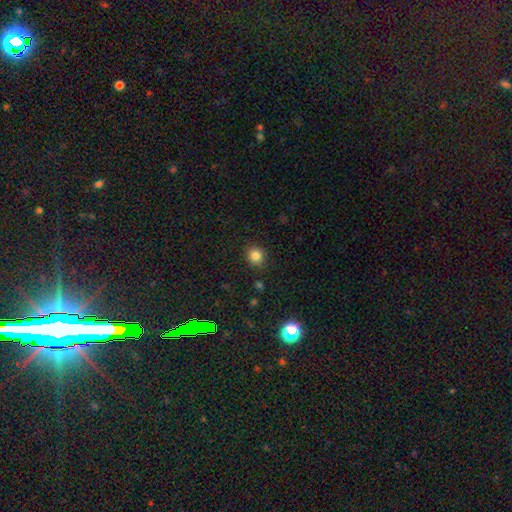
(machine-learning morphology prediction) type=smooth (83%); roundness=round (80%); merging=none (87%).